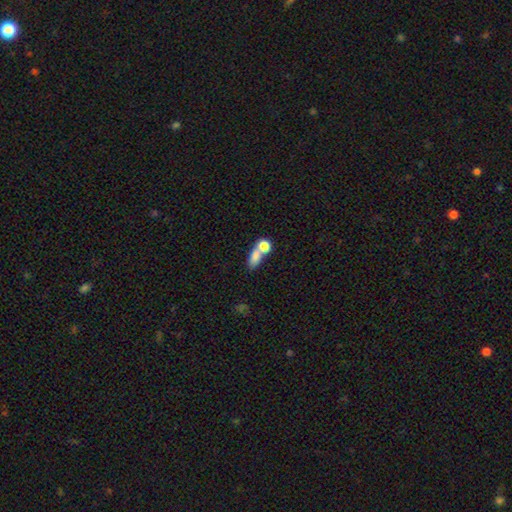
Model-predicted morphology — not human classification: A smooth galaxy with no disk features (75%) that is in between round and cigar-shaped (62%). Merging: merger (46%).